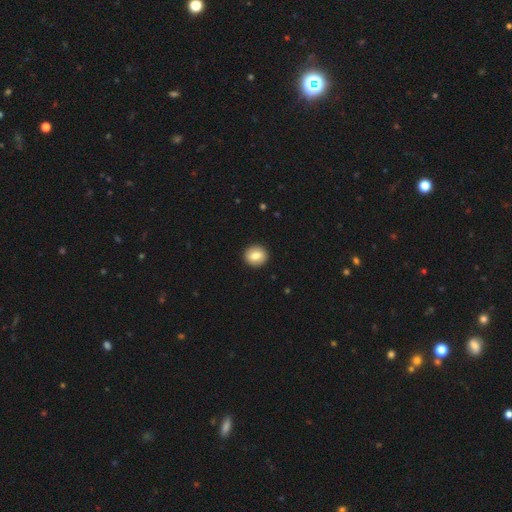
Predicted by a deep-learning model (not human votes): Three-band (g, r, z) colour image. It shows a smooth galaxy with no disk features (79%) that is round (82%). Merging: none (92%).